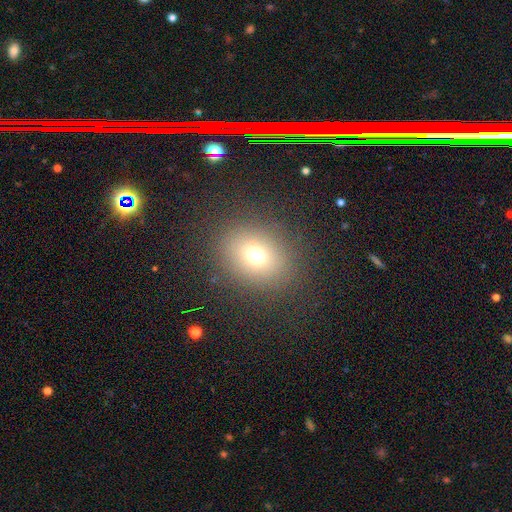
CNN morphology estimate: Smooth or featured: smooth — 70% (star or artifact — 19%)
How rounded: round — 60% (in between — 39%)
Merging: none — 85% (minor disturbance — 8%)